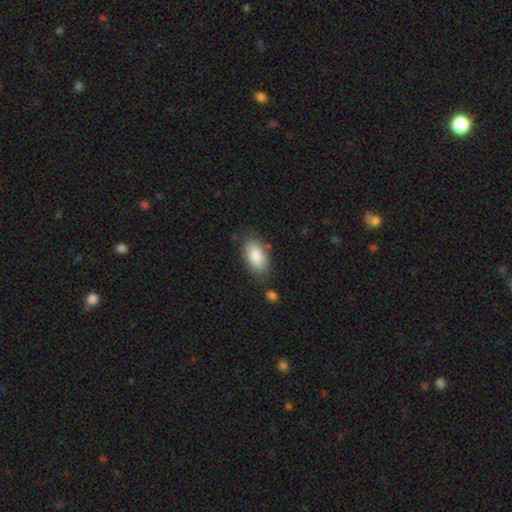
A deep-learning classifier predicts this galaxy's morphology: Overall: smooth (86%). How rounded: in between (93%). Merging: none (79%).